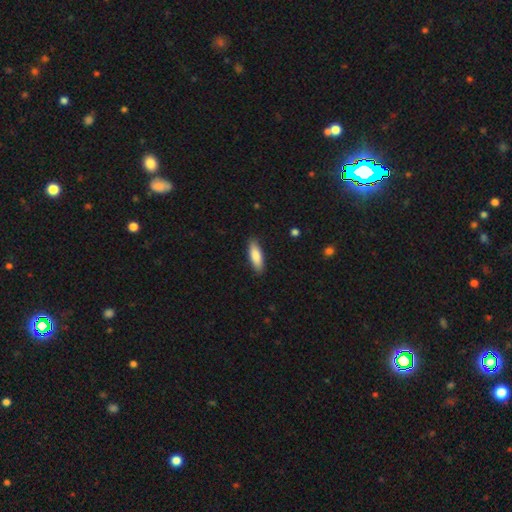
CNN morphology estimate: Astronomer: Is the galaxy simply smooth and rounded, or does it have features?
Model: smooth — 84%.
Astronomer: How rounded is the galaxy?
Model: in between — 55% (runner-up: cigar-shaped, 44%).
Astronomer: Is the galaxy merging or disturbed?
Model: none — 87%.